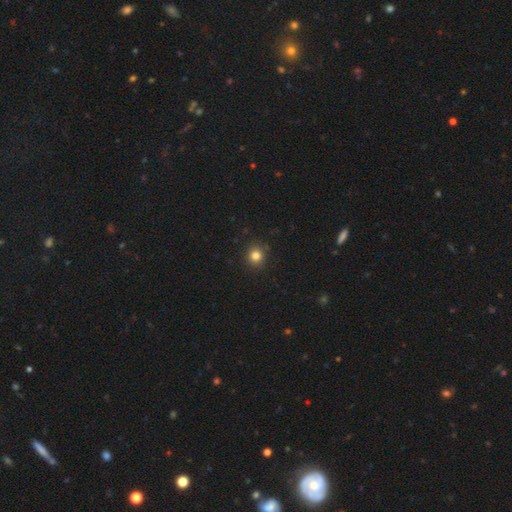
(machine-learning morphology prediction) Smooth or featured? Predicted: smooth (p=0.82). How rounded? Predicted: round (p=0.87). Merging? Predicted: none (p=0.90).